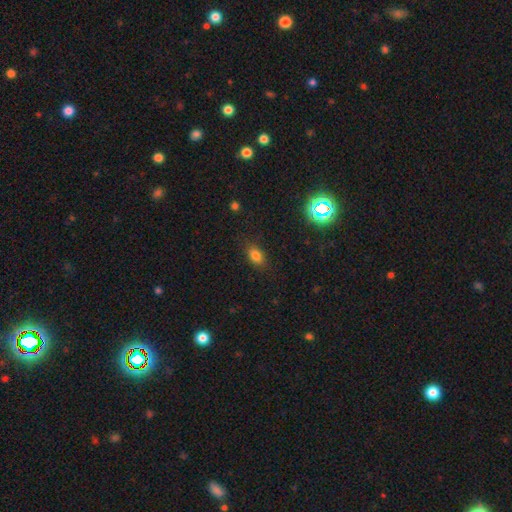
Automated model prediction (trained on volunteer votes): Smooth or featured?
  - smooth: 77% *
  - star or artifact: 15%
  - featured or disk: 8%
How rounded?
  - in between: 81% *
  - round: 16%
  - cigar-shaped: 3%
Merging?
  - none: 83% *
  - minor disturbance: 12%
  - major disturbance: 3%
  - merger: 1%